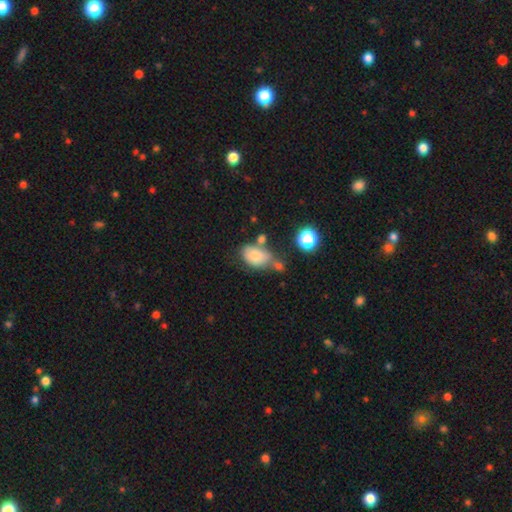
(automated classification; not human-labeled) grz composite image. It shows a smooth galaxy with no disk features (74%) that is in between round and cigar-shaped (84%). Merging: none (38%).